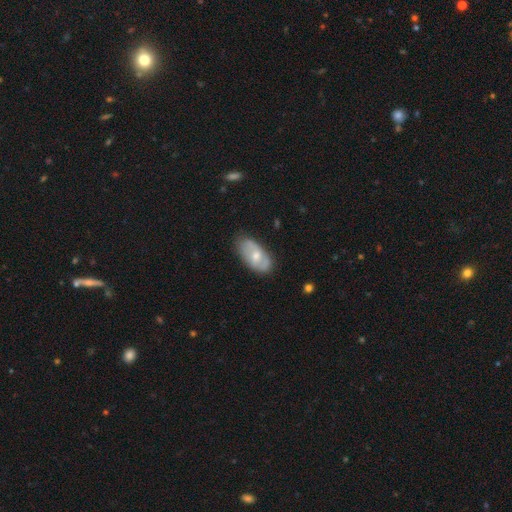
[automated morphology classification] smooth_or_featured: smooth (p=0.50) [alt: featured or disk p=0.44]
how_rounded: in between (p=0.92) [alt: round p=0.04]
merging: none (p=0.69) [alt: minor disturbance p=0.24]